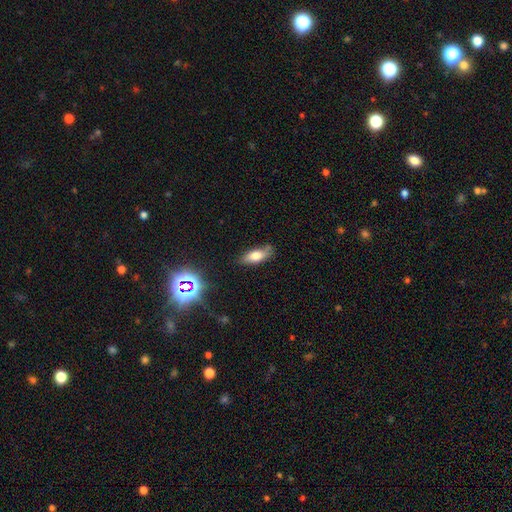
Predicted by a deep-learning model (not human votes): Smooth or featured? Predicted: smooth (p=0.70). How rounded? Predicted: in between (p=0.72). Merging? Predicted: none (p=0.70).